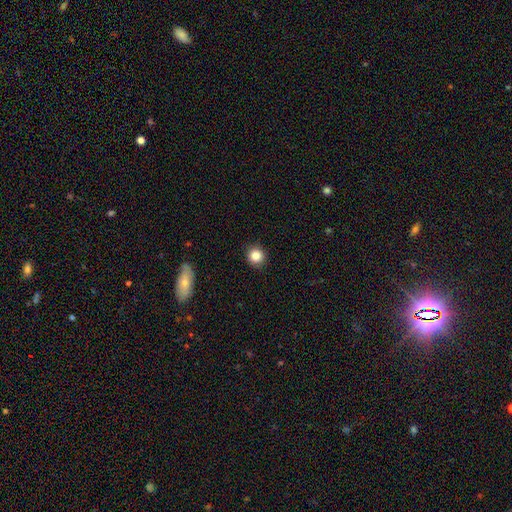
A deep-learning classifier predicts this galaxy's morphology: type=smooth (84%); roundness=round (91%); merging=none (90%).